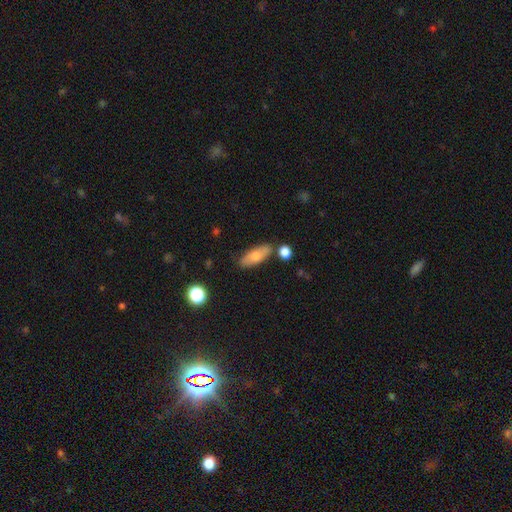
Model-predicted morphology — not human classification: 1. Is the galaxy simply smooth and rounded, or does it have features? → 75% smooth, 18% featured or disk, 7% star or artifact.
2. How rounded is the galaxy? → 74% in between, 23% cigar-shaped, 3% round.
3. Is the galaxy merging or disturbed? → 75% none, 15% minor disturbance, 7% merger, 3% major disturbance.